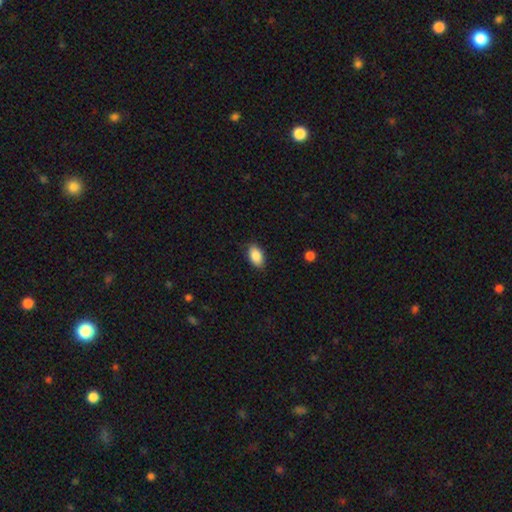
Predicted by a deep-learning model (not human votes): Overall: smooth (88%). How rounded: in between (92%). Merging: none (85%).